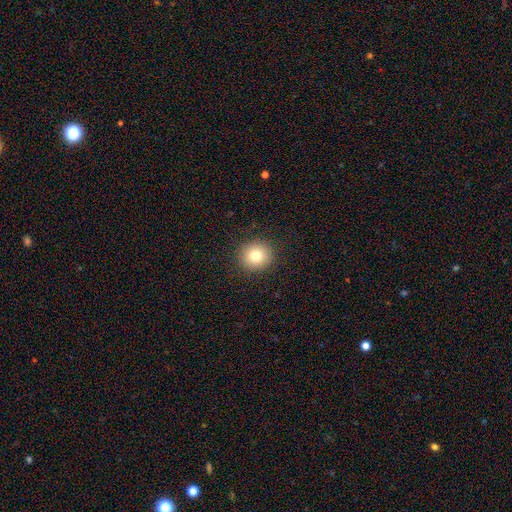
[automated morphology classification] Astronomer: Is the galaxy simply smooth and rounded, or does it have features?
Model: smooth — 79%.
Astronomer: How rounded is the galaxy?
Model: round — 90%.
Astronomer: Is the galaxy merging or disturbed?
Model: none — 91%.